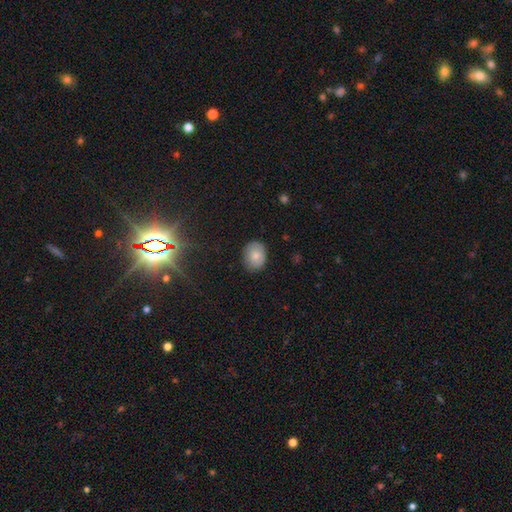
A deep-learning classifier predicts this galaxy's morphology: The model was most divided on "how rounded": in between: 51%, round: 48%, cigar-shaped: 1%. More confident: merging — none (84%); smooth or featured — smooth (81%).